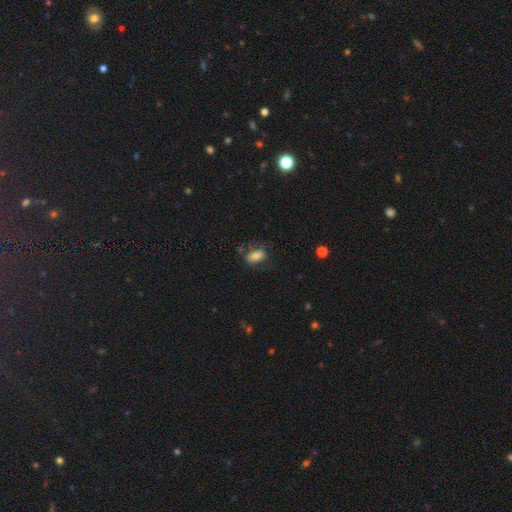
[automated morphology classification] This appears to be a smooth galaxy with no disk features (71%) that is in between round and cigar-shaped (88%). Merging: none (62%).